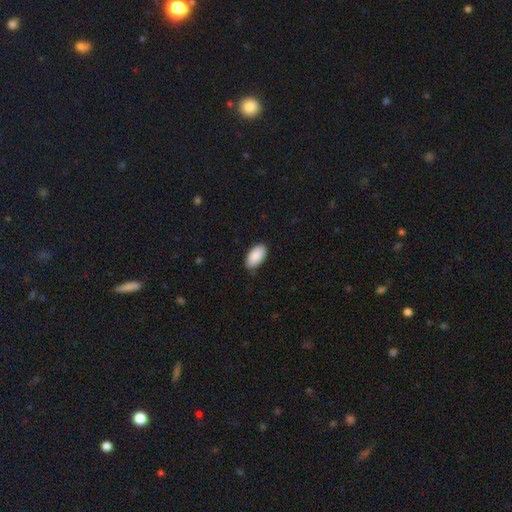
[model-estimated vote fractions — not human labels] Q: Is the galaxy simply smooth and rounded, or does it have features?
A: smooth — 89%.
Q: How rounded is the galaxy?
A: in between — 95%.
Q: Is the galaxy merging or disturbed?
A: none — 79%.